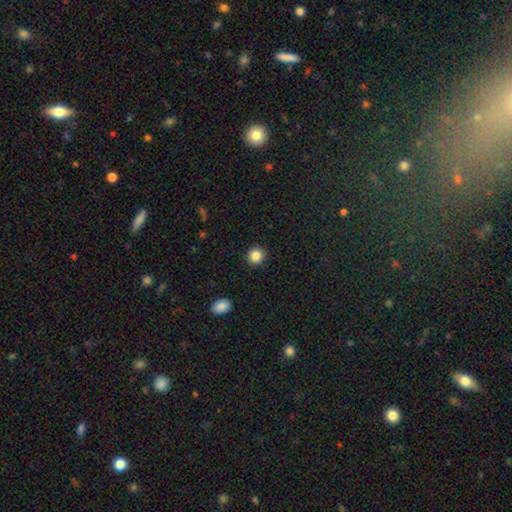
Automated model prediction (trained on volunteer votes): This is clearly a smooth galaxy (86%). How rounded: clearly round (90%). Merging: clearly none (92%).